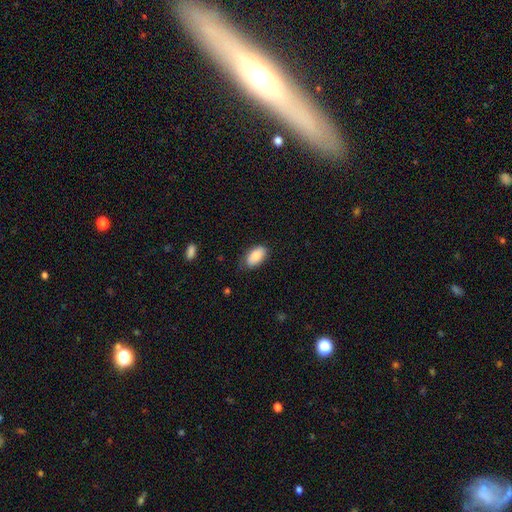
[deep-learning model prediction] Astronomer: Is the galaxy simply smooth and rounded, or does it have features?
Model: smooth — 84%.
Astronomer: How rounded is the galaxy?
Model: in between — 94%.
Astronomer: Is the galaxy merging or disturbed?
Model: none — 75%.